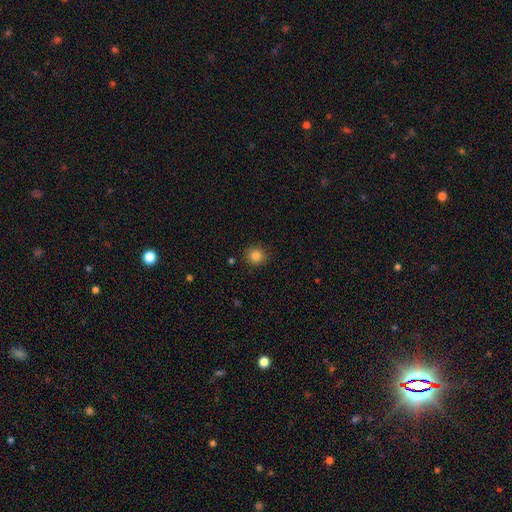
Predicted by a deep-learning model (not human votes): smooth 84%, star or artifact 11%, featured or disk 4%. Down the decision tree: how rounded — round (91%); merging — none (89%).